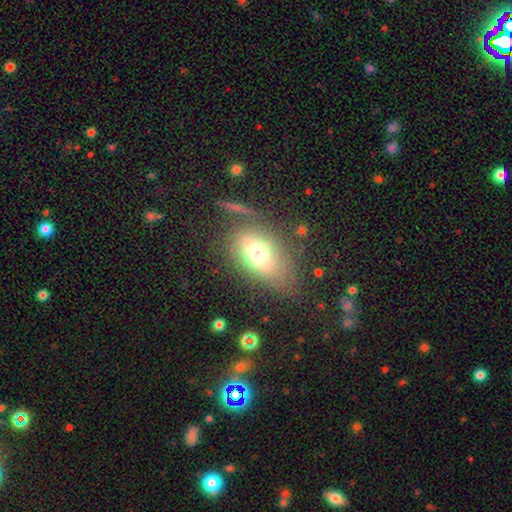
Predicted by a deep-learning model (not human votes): Overall: smooth (61%; featured or disk 25%). How rounded: in between (78%). Merging: none (63%).